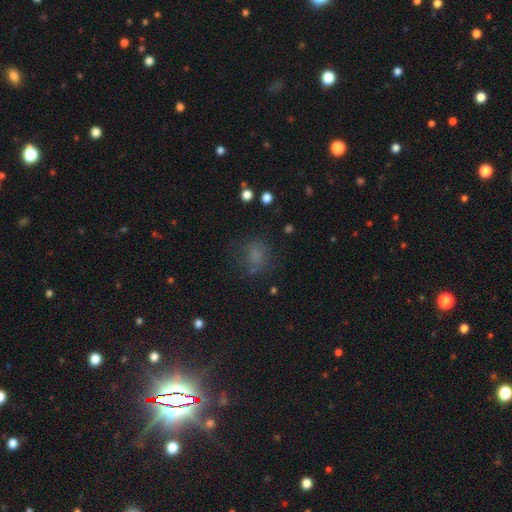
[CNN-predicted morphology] Smooth or featured? Predicted: smooth (p=0.65). How rounded? Predicted: round (p=0.68). Merging? Predicted: none (p=0.65).